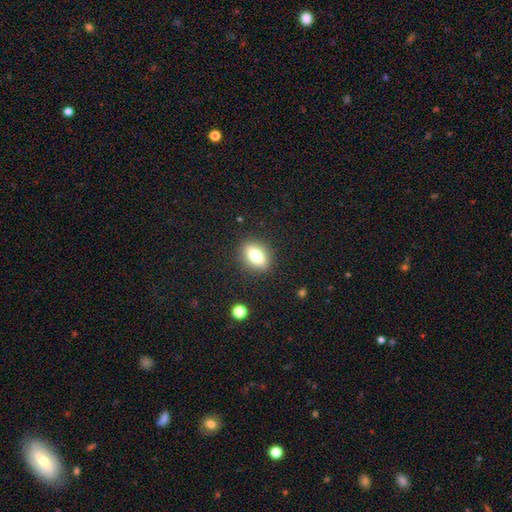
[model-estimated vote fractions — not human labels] smooth 74%, featured or disk 16%, star or artifact 10%. Down the decision tree: how rounded — in between (75%); merging — none (87%).